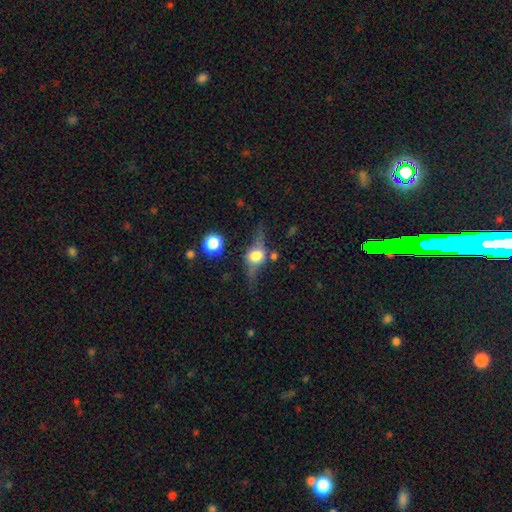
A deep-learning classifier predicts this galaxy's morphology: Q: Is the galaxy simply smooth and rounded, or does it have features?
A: featured or disk — 66%.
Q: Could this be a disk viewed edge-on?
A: yes — 89%.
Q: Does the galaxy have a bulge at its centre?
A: rounded — 94%.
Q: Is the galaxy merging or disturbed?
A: none — 65%.